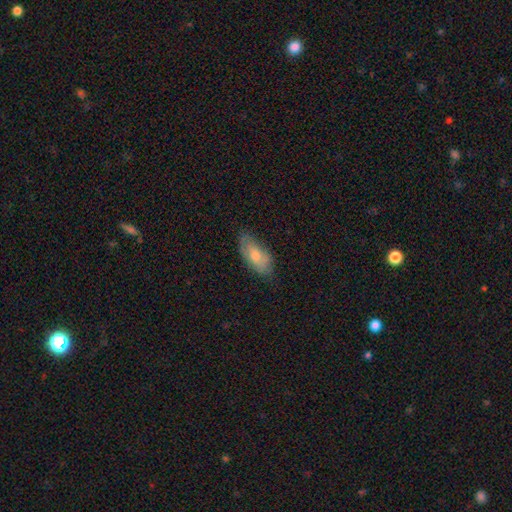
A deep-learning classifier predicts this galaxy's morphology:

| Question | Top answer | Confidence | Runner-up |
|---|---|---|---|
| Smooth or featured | smooth | 64% | featured or disk (29%) |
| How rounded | in between | 86% | cigar-shaped (11%) |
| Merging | none | 71% | minor disturbance (23%) |